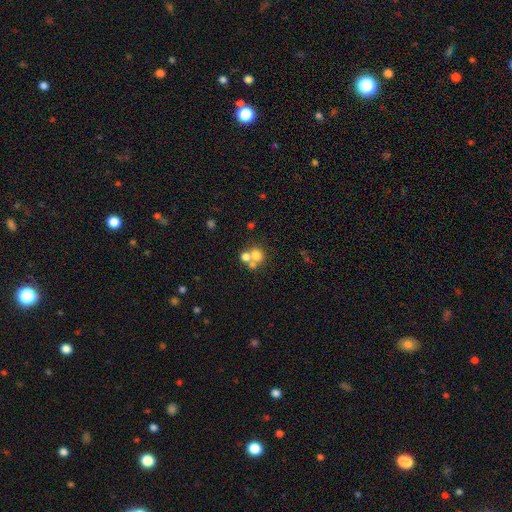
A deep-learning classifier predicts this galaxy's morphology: type=smooth (66%); roundness=round (79%); merging=merger (50%).